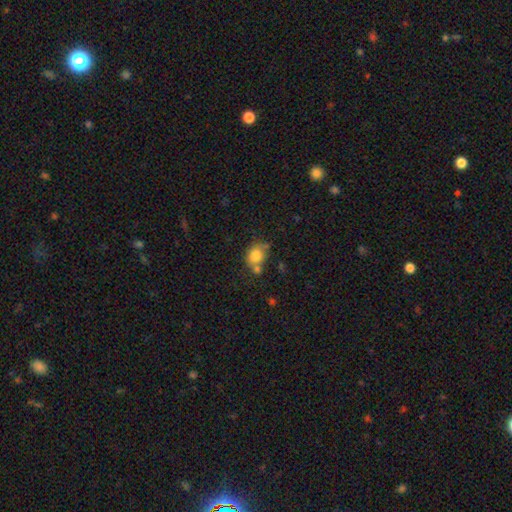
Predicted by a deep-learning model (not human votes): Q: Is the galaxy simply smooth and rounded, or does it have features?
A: smooth — 79%.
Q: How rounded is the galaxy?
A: round — 62%.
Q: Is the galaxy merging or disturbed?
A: none — 49%.